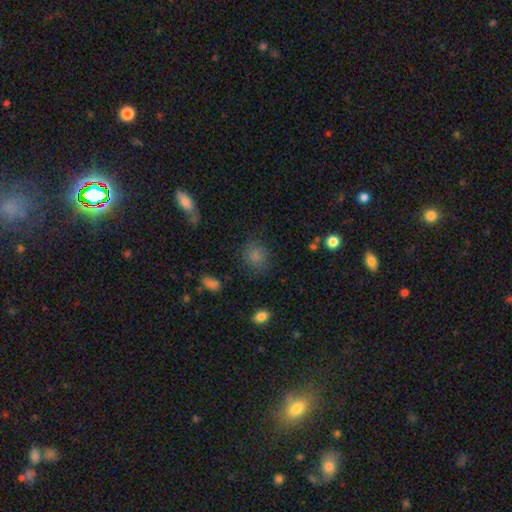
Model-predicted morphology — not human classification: smooth-or-featured: smooth: 81% | star or artifact: 13% | featured or disk: 6%
  how-rounded: round: 69% | in between: 30% | cigar-shaped: 1%
  merging: none: 80% | minor disturbance: 13% | major disturbance: 5% | merger: 2%